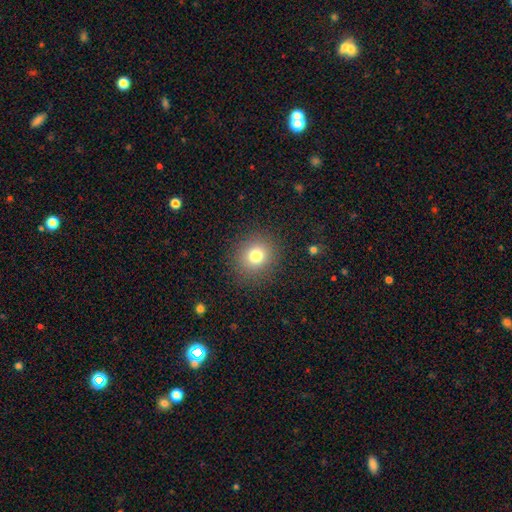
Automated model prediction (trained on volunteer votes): This is likely a smooth galaxy (78%). How rounded: clearly round (86%). Merging: clearly none (89%).